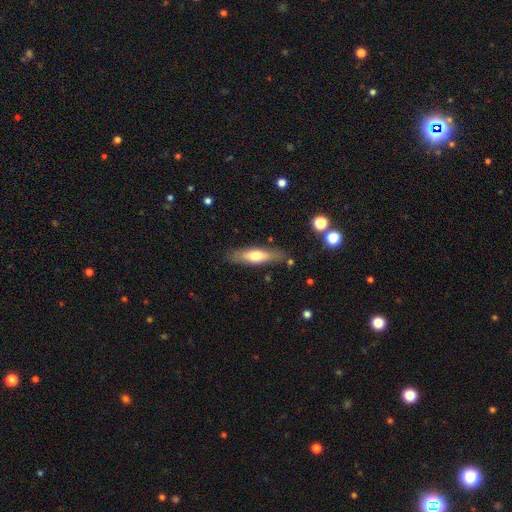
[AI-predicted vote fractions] smooth-or-featured: smooth: 55% | featured or disk: 39% | star or artifact: 6%
  how-rounded: cigar-shaped: 65% | in between: 33% | round: 2%
  merging: none: 83% | minor disturbance: 12% | major disturbance: 3% | merger: 2%